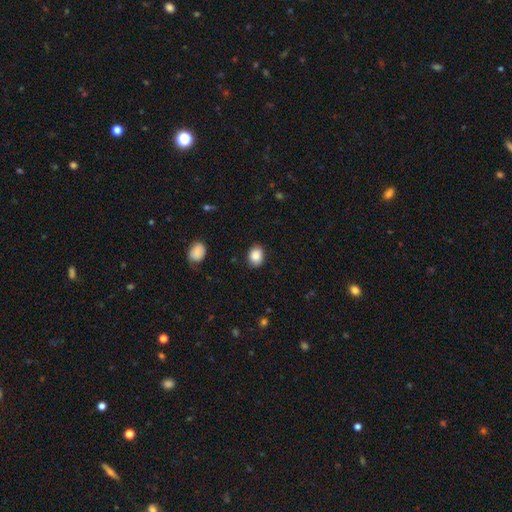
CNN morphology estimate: The model was most divided on "how rounded": in between: 55%, round: 44%, cigar-shaped: 1%. More confident: smooth or featured — smooth (88%); merging — none (86%).